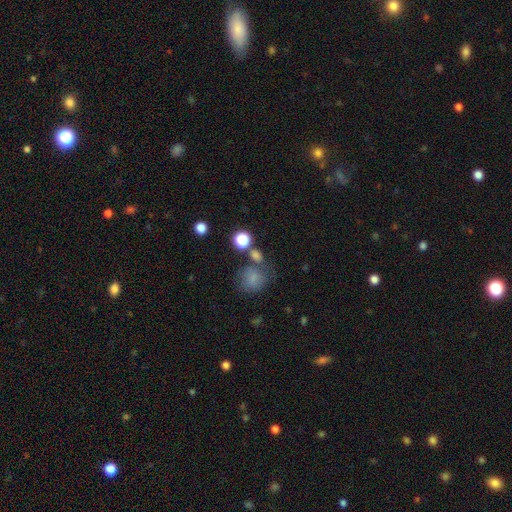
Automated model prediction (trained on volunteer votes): This is likely a smooth galaxy (73%). How rounded: likely round (76%). Merging: possibly none (57%).